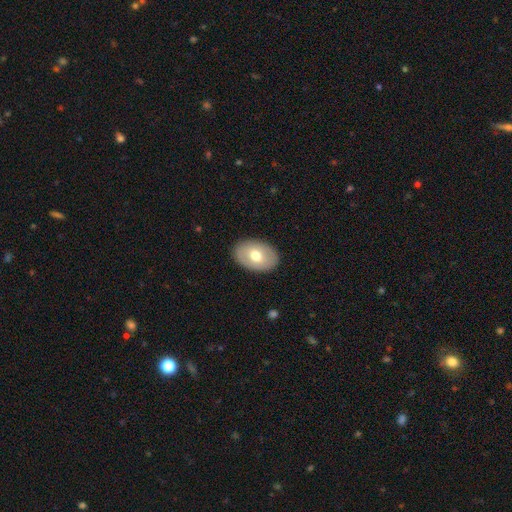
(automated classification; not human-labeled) Smooth or featured? Predicted: smooth (p=0.63). How rounded? Predicted: in between (p=0.84). Merging? Predicted: none (p=0.88).